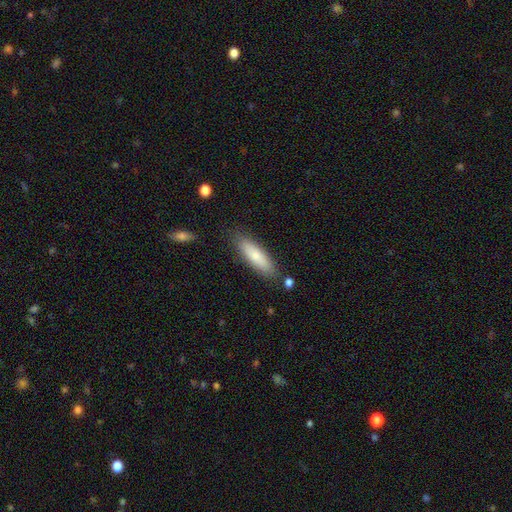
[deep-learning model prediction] This appears to be a smooth galaxy with no disk features (77%) that is cigar-shaped (59%). Merging: none (83%).